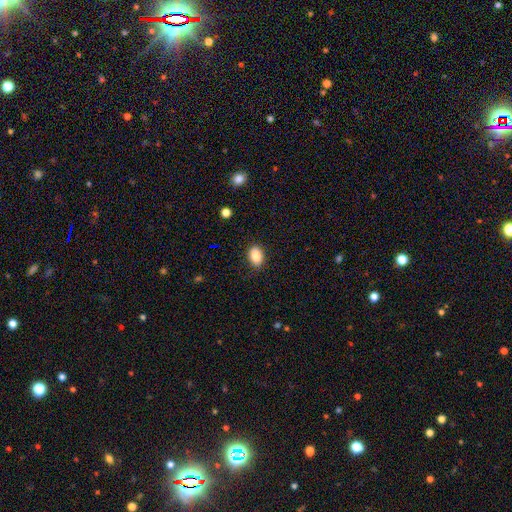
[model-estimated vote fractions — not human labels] Smooth or featured? smooth (87%)
How rounded? in between (82%)
Merging? none (85%)